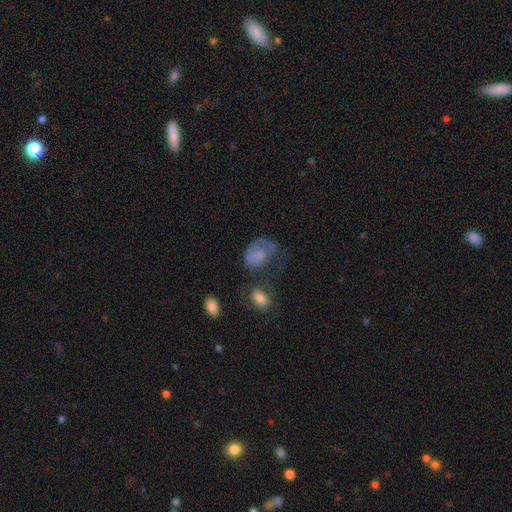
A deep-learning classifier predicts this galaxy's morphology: A smooth galaxy with no disk features (65%) that is in between round and cigar-shaped (74%).

Vote fractions:
- Smooth or featured? smooth: 65% / featured or disk: 25% / star or artifact: 10%
- How rounded? in between: 74% / round: 25% / cigar-shaped: 1%
- Merging? major disturbance: 36% / none: 30% / minor disturbance: 25% / merger: 9%